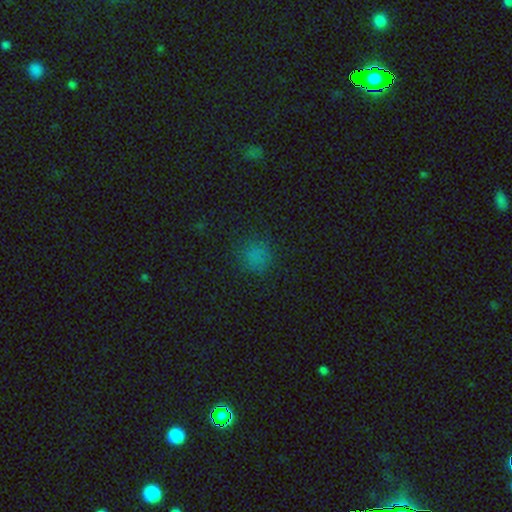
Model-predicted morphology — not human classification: Smooth or featured: smooth — 74% (star or artifact — 22%)
How rounded: round — 87% (in between — 12%)
Merging: none — 83% (minor disturbance — 12%)